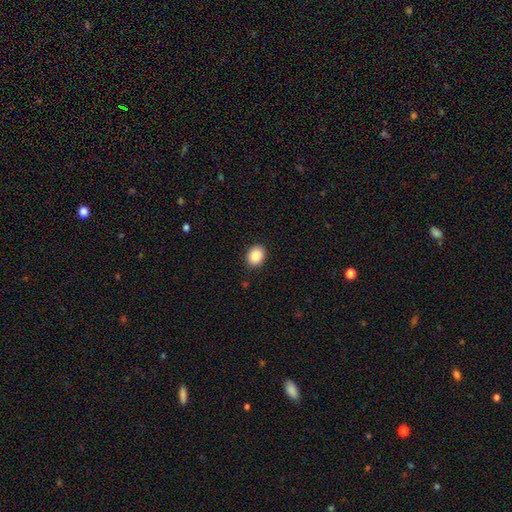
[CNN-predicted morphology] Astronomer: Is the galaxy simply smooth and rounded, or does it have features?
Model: smooth — 89%.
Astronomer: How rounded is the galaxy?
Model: in between — 52% (runner-up: round, 47%).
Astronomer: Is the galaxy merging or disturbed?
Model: none — 90%.